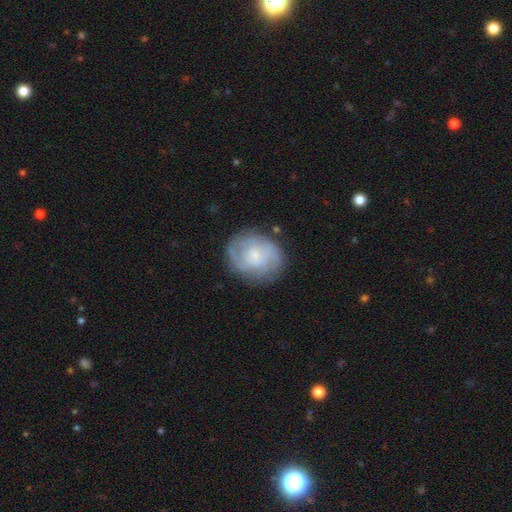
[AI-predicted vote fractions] Overall: featured or disk (69%). Edge-on disk: no (98%). Bar: no (72%). Spiral arms: yes (86%). Spiral arm count: can't tell (39%; 2 30%). Spiral winding: tight (59%; medium 32%). Bulge size: small (66%). Merging: none (75%).